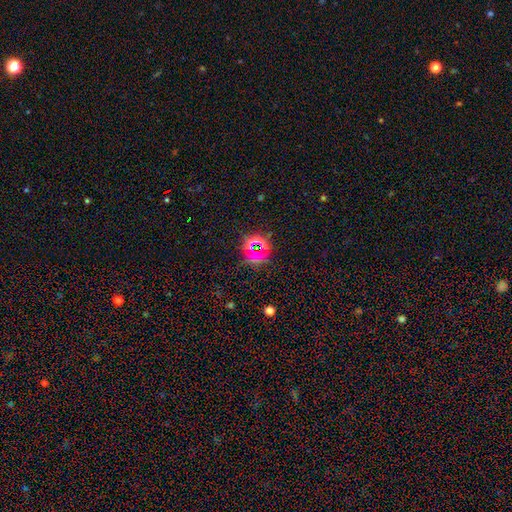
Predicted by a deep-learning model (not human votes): The model was most divided on "smooth or featured": star or artifact: 74%, smooth: 17%, featured or disk: 9%.